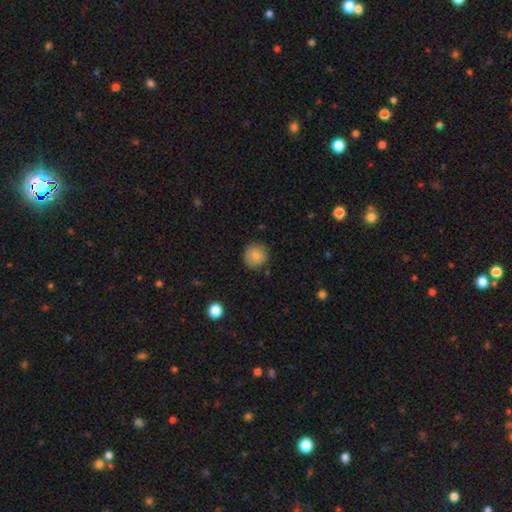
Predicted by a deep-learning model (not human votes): smooth-or-featured: smooth: 83% | featured or disk: 8% | star or artifact: 8%
  how-rounded: round: 92% | in between: 7% | cigar-shaped: 1%
  merging: none: 85% | minor disturbance: 11% | major disturbance: 2% | merger: 1%